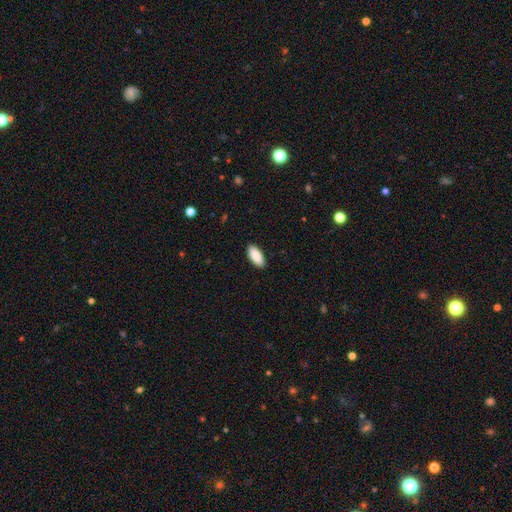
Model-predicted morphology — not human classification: smooth-or-featured: smooth: 90% | star or artifact: 6% | featured or disk: 4%
  how-rounded: in between: 88% | cigar-shaped: 10% | round: 2%
  merging: none: 90% | minor disturbance: 7% | major disturbance: 2% | merger: 1%